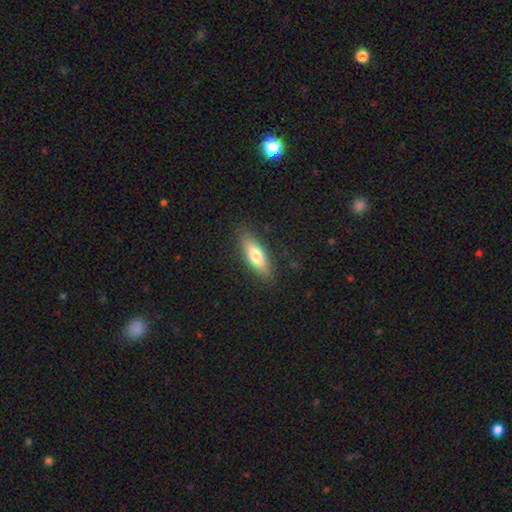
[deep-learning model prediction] smooth_or_featured: smooth (p=0.68) [alt: featured or disk p=0.26]
how_rounded: cigar-shaped (p=0.50) [alt: in between p=0.48]
merging: none (p=0.86) [alt: minor disturbance p=0.11]